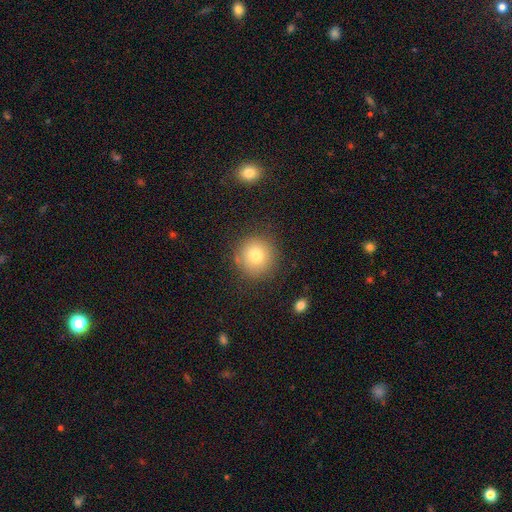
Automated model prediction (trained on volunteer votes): Overall: smooth (77%). How rounded: round (94%). Merging: none (86%).